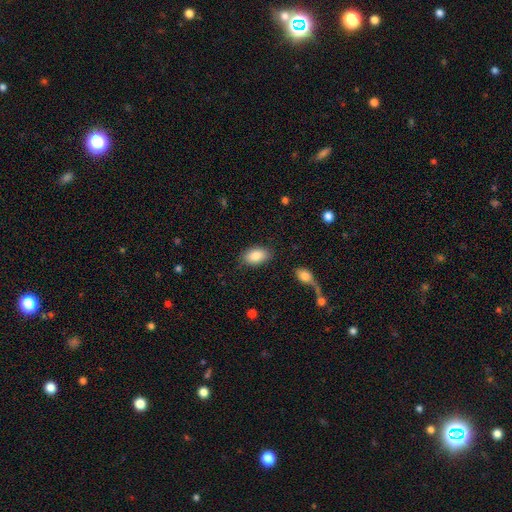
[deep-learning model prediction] Smooth or featured?
  - smooth: 86% *
  - featured or disk: 7%
  - star or artifact: 7%
How rounded?
  - in between: 91% *
  - round: 7%
  - cigar-shaped: 2%
Merging?
  - none: 82% *
  - minor disturbance: 12%
  - major disturbance: 4%
  - merger: 2%